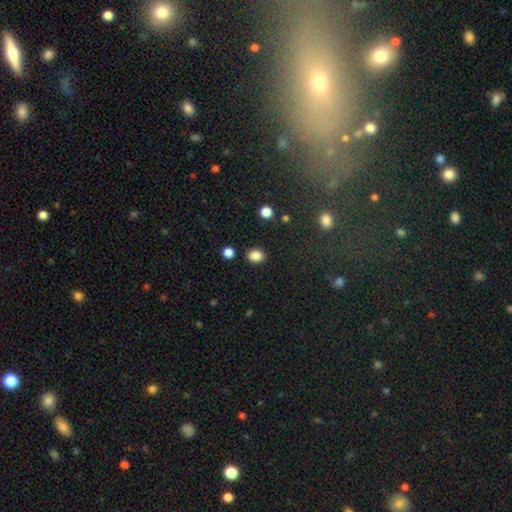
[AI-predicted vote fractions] Overall: smooth (86%). How rounded: round (51%; in between 48%). Merging: none (87%).